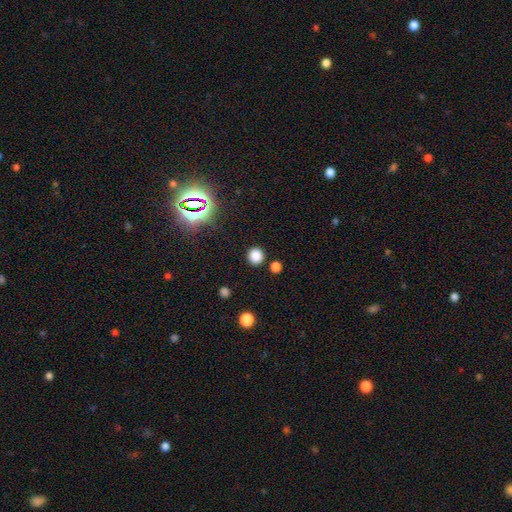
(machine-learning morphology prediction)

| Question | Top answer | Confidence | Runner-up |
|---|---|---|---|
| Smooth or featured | smooth | 82% | star or artifact (15%) |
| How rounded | round | 90% | in between (9%) |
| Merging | none | 87% | minor disturbance (6%) |